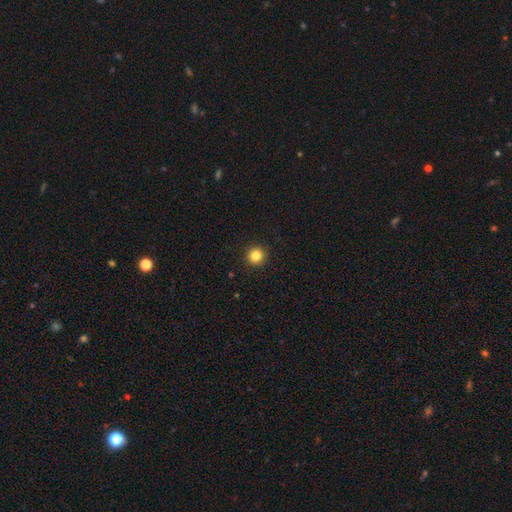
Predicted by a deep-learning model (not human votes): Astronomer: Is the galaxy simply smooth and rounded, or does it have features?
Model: smooth — 84%.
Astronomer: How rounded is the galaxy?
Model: round — 95%.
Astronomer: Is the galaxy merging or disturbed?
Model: none — 93%.